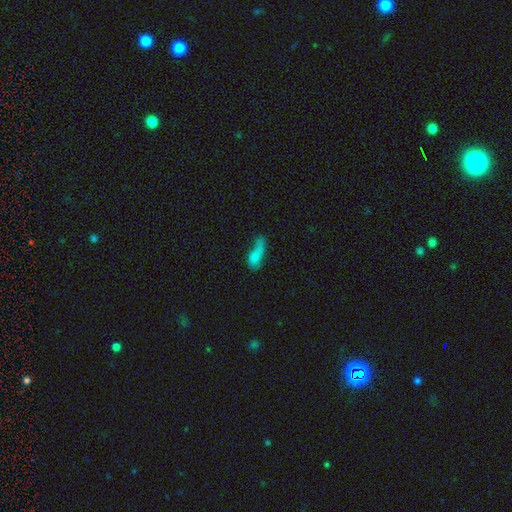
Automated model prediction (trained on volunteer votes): This is likely a smooth galaxy (67%). How rounded: likely in between (68%). Merging: marginally major disturbance (36%).